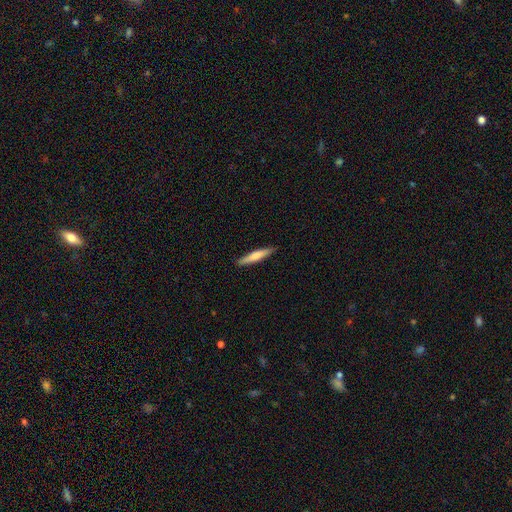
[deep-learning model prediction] smooth-or-featured: smooth: 66% | featured or disk: 29% | star or artifact: 5%
  how-rounded: cigar-shaped: 91% | in between: 7% | round: 1%
  merging: none: 90% | minor disturbance: 8% | major disturbance: 2% | merger: 1%